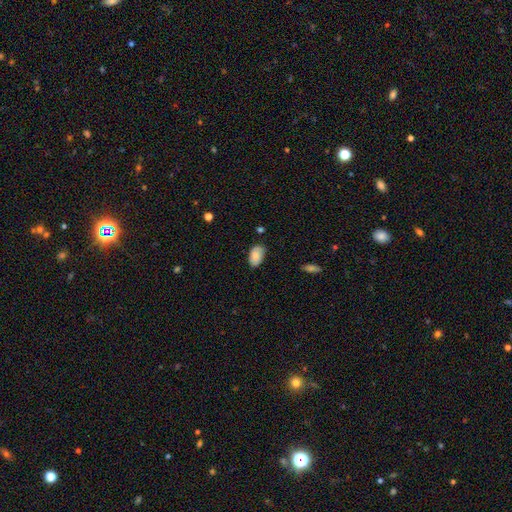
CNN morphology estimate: type=smooth (76%); roundness=in between (92%); merging=none (73%).